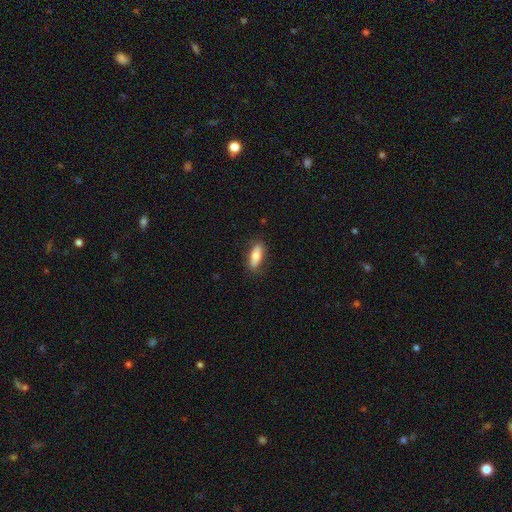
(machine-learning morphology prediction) Smooth or featured? smooth (74%)
How rounded? in between (73%)
Merging? none (80%)